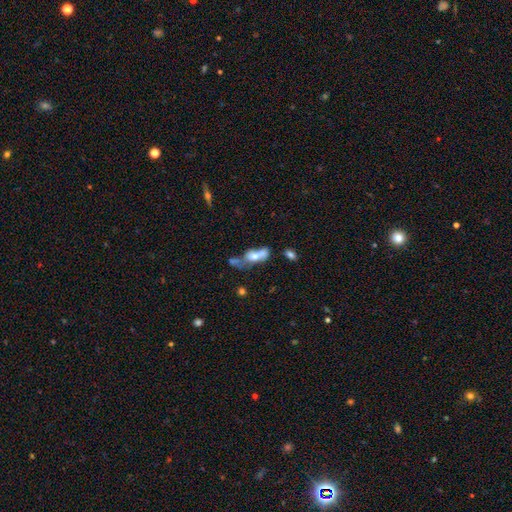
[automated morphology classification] smooth 58%, featured or disk 31%, star or artifact 11%. Down the decision tree: how rounded — in between (70%); merging — merger (44%).